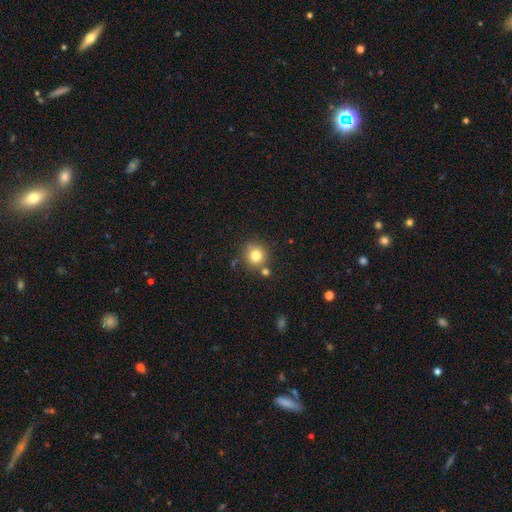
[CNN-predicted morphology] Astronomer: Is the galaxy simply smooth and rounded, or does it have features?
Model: smooth — 80%.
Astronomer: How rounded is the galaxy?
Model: round — 91%.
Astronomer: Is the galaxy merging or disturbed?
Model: none — 74%.